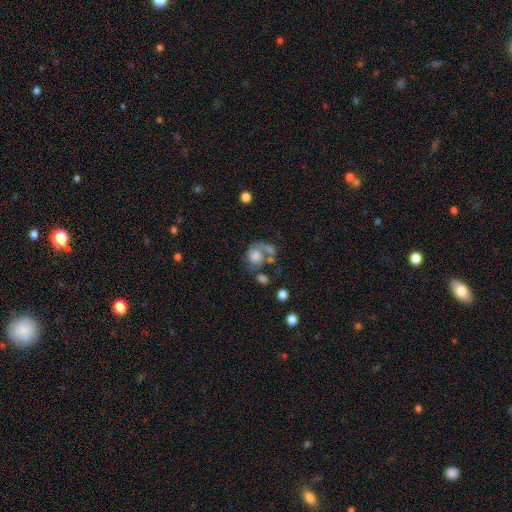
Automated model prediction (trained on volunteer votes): This is possibly a smooth galaxy (54%). How rounded: likely round (62%). Merging: marginally merger (32%).